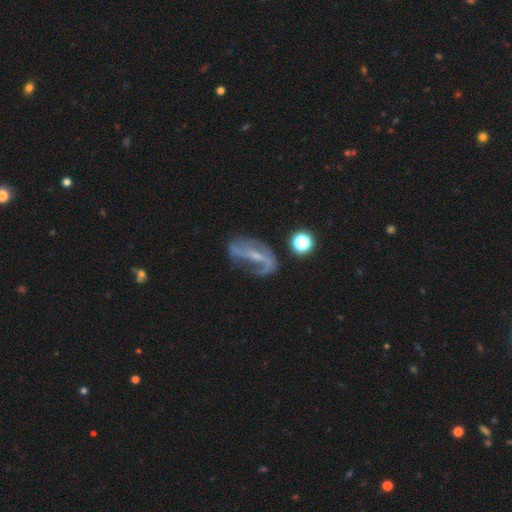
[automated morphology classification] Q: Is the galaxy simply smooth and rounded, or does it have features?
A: featured or disk — 78%.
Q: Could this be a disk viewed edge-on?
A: no — 92%.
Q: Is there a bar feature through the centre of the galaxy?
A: strong — 41%.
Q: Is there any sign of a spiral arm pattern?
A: yes — 85%.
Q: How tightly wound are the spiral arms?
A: loose — 52%.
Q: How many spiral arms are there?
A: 2 — 69%.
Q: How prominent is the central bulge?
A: small — 63%.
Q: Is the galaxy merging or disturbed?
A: none — 51%.